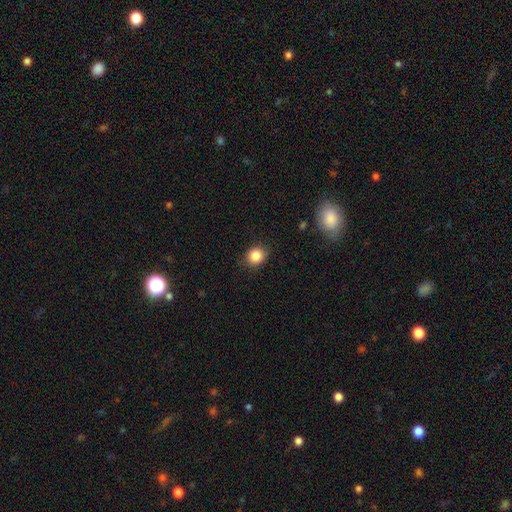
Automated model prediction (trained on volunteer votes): This appears to be a smooth galaxy with no disk features (86%) that is round (69%). Merging: none (86%).